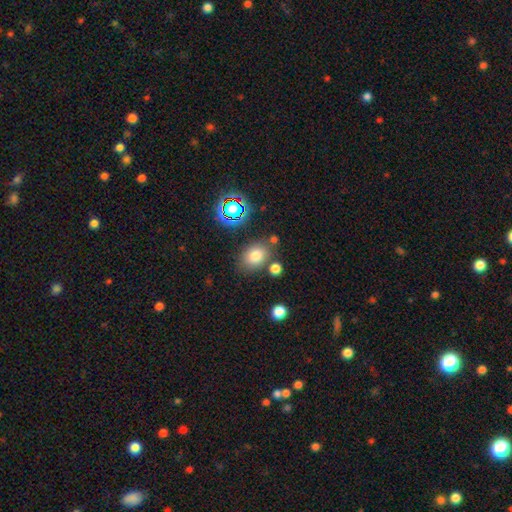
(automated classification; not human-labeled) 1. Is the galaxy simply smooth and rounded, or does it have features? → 76% smooth, 14% star or artifact, 10% featured or disk.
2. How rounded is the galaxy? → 66% in between, 33% round, 1% cigar-shaped.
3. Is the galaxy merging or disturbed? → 72% none, 14% minor disturbance, 10% merger, 5% major disturbance.